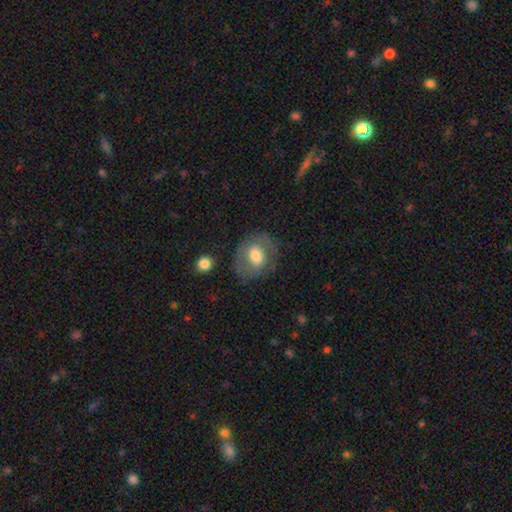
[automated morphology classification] Smooth or featured? Predicted: smooth (p=0.52). How rounded? Predicted: round (p=0.53). Merging? Predicted: none (p=0.71).